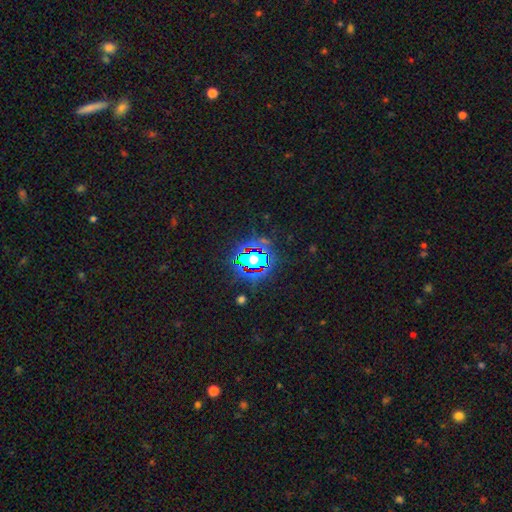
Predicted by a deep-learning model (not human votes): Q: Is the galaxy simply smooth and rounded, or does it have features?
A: star or artifact — 78%.